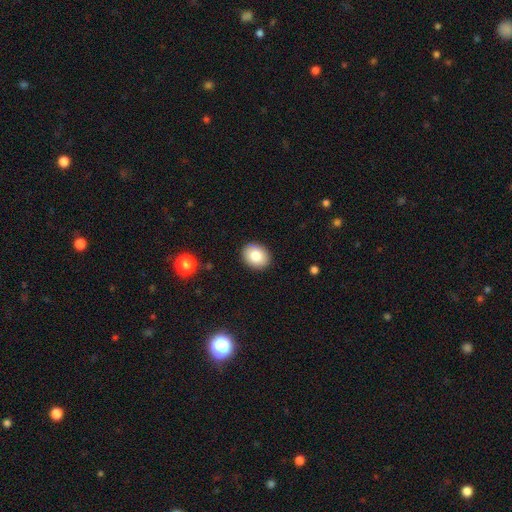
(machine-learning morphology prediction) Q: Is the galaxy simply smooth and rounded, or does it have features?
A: smooth — 82%.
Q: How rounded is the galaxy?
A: in between — 55%.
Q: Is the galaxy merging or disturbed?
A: none — 89%.